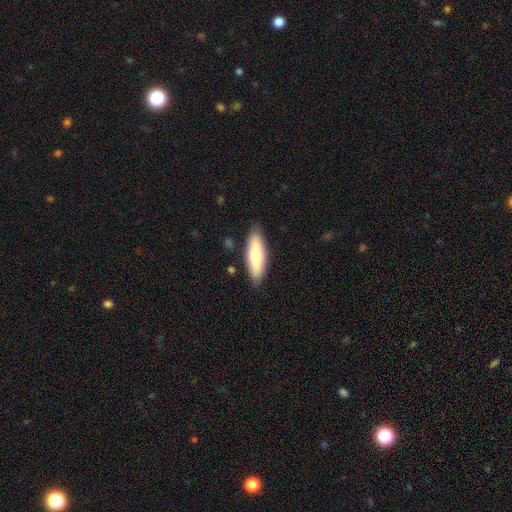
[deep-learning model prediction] This appears to be a smooth galaxy with no disk features (76%) that is cigar-shaped (50%). Merging: none (85%).